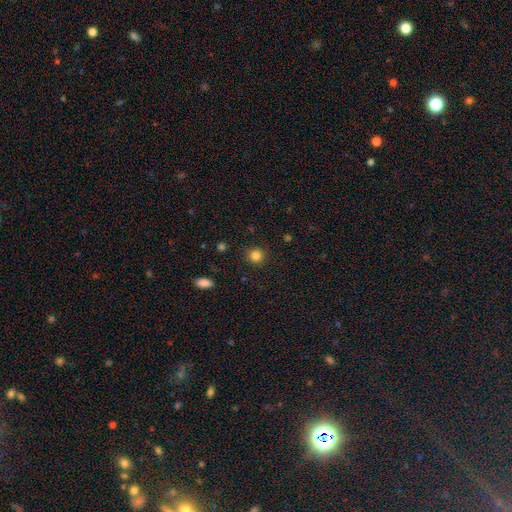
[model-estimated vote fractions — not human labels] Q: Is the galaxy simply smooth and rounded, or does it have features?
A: smooth — 84%.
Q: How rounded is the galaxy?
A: round — 92%.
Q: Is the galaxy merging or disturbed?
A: none — 90%.